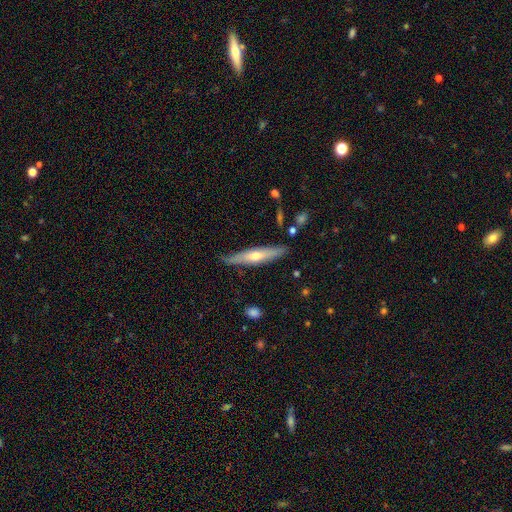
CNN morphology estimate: Smooth or featured?
  - featured or disk: 52% *
  - smooth: 42%
  - star or artifact: 6%
Edge-on disk?
  - yes: 89% *
  - no: 11%
Merging?
  - none: 80% *
  - minor disturbance: 15%
  - major disturbance: 3%
  - merger: 2%